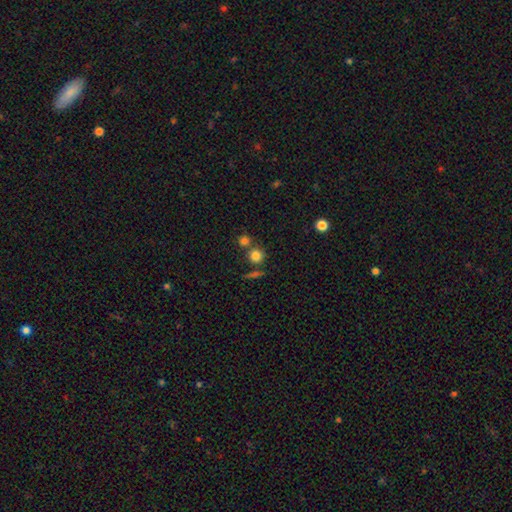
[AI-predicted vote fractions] Smooth or featured: smooth — 79% (star or artifact — 13%)
How rounded: round — 92% (in between — 7%)
Merging: none — 66% (merger — 23%)